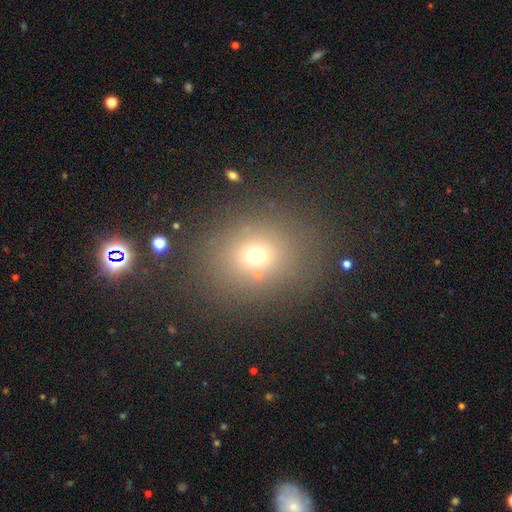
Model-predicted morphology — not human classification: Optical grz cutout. It shows a smooth galaxy with no disk features (66%) that is round (67%). Merging: none (79%).